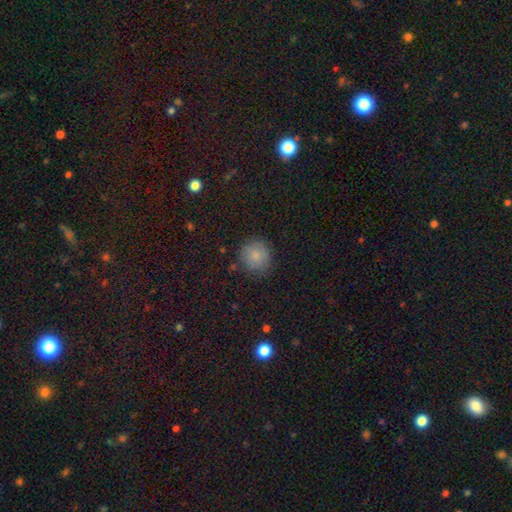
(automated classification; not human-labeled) This is clearly a smooth galaxy (83%). How rounded: clearly round (91%). Merging: clearly none (83%).